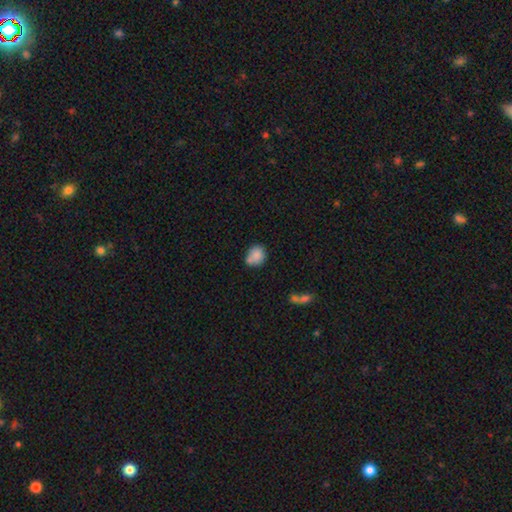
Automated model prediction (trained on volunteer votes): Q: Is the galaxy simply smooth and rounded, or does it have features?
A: smooth — 82%.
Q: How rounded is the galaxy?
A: round — 57%.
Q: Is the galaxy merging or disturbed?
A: none — 52%.